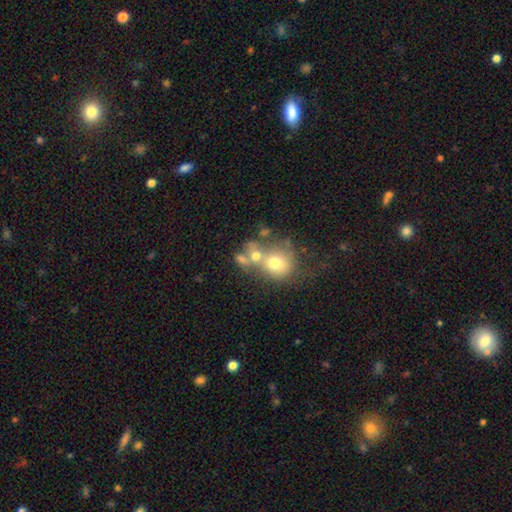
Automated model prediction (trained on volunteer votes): This is likely a smooth galaxy (62%). How rounded: likely round (70%). Merging: possibly merger (57%).